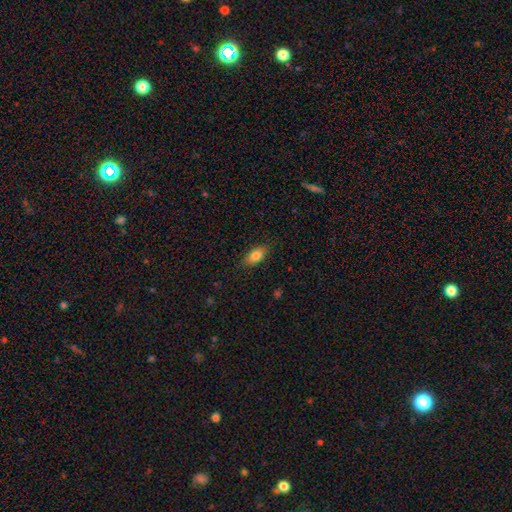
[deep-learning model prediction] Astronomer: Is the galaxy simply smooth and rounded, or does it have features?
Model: smooth — 81%.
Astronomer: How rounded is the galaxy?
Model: in between — 86%.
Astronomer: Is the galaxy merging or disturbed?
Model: none — 85%.